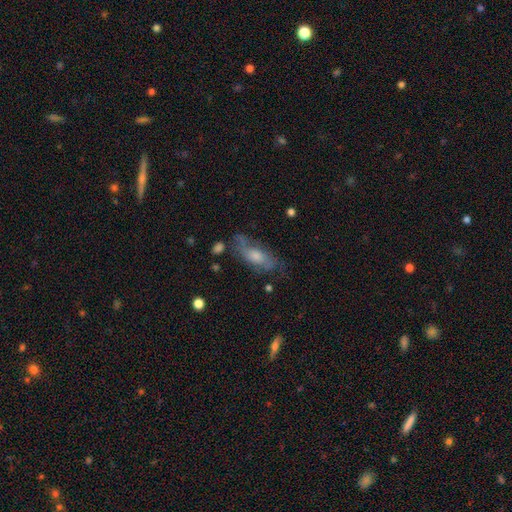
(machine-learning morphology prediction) The model was most divided on "smooth or featured": featured or disk: 56%, smooth: 33%, star or artifact: 11%. More confident: edge-on disk — no (77%); merging — none (59%).